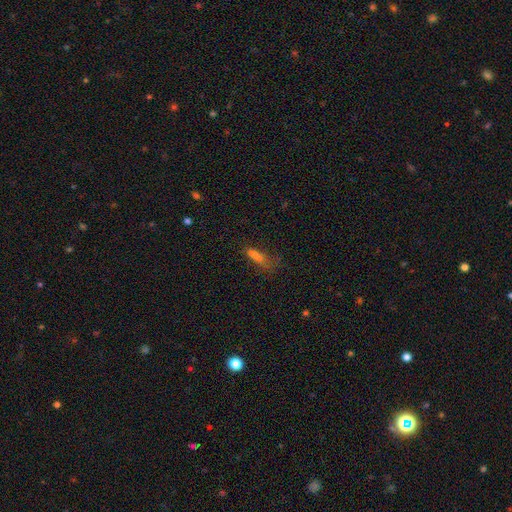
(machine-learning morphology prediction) smooth-or-featured: smooth: 62% | star or artifact: 21% | featured or disk: 17%
  how-rounded: cigar-shaped: 68% | in between: 29% | round: 4%
  merging: none: 46% | minor disturbance: 24% | major disturbance: 24% | merger: 6%